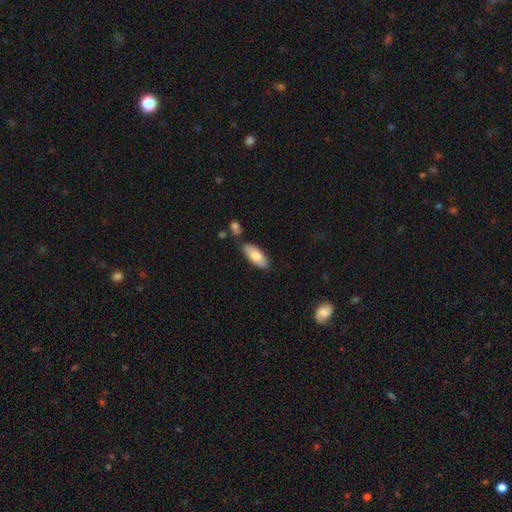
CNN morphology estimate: smooth_or_featured: smooth (p=0.77) [alt: featured or disk p=0.17]
how_rounded: in between (p=0.82) [alt: cigar-shaped p=0.16]
merging: none (p=0.77) [alt: minor disturbance p=0.15]